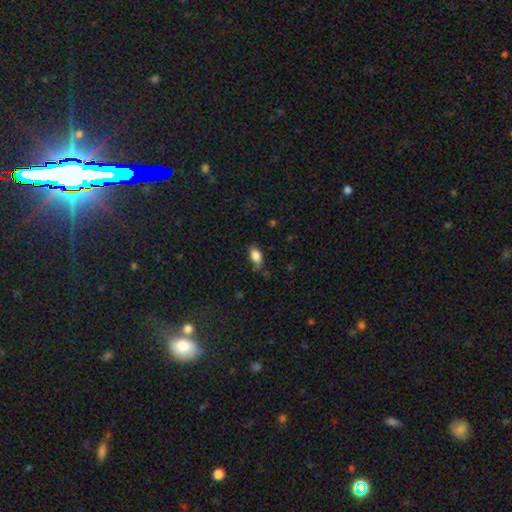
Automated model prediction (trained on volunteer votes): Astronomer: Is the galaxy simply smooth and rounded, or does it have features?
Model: smooth — 84%.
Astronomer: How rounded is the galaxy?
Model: in between — 90%.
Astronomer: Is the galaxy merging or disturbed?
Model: none — 62%.